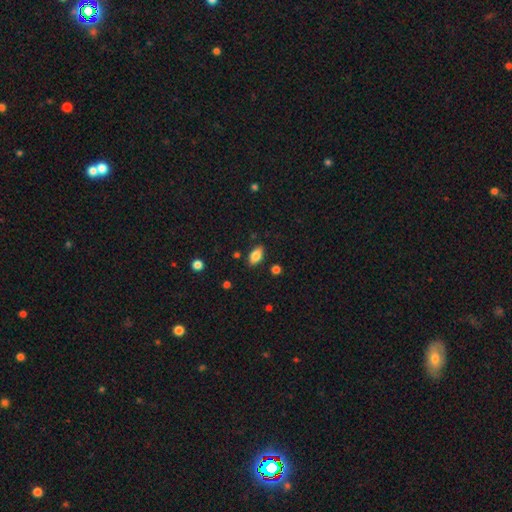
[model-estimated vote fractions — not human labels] smooth_or_featured: smooth (p=0.82) [alt: featured or disk p=0.10]
how_rounded: in between (p=0.91) [alt: cigar-shaped p=0.05]
merging: none (p=0.85) [alt: minor disturbance p=0.10]